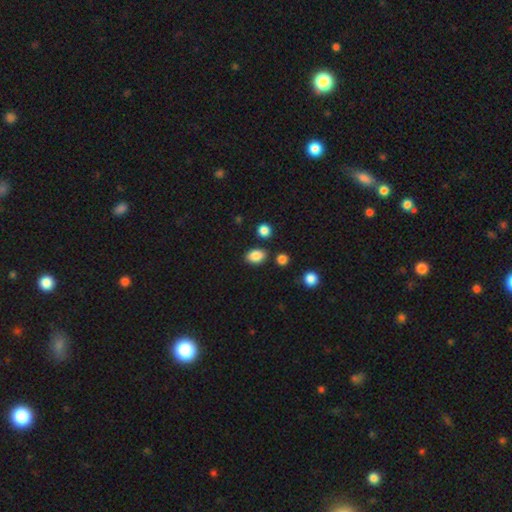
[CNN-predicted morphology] This is clearly a smooth galaxy (86%). How rounded: likely in between (76%). Merging: clearly none (81%).